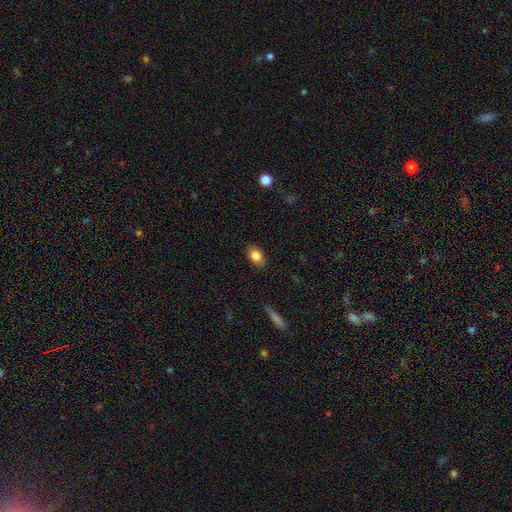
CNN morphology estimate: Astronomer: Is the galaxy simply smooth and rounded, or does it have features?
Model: smooth — 84%.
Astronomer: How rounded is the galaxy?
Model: in between — 81%.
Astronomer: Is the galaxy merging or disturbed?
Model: none — 84%.